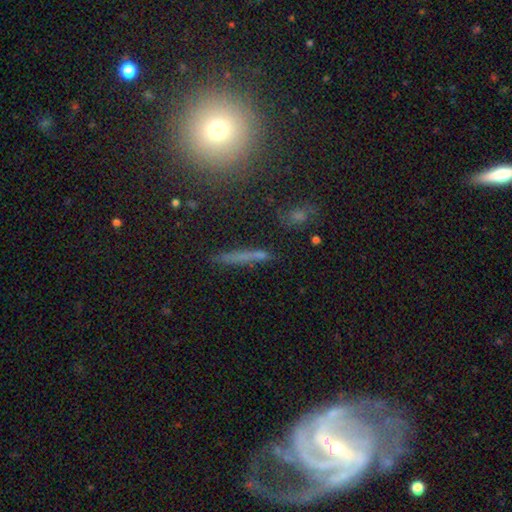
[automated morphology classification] Smooth or featured? smooth (57%)
How rounded? cigar-shaped (90%)
Merging? none (76%)